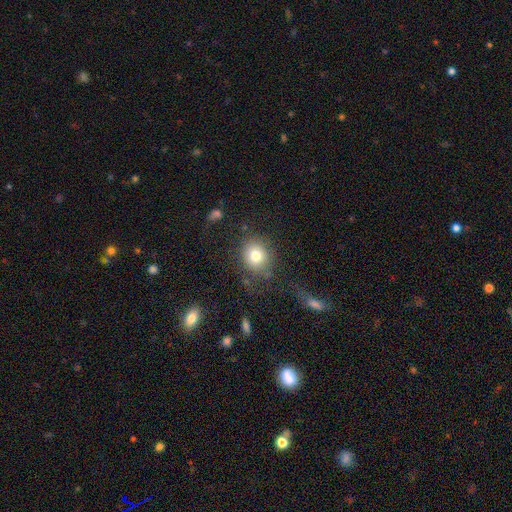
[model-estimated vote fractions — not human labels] smooth_or_featured: smooth (p=0.79) [alt: star or artifact p=0.11]
how_rounded: round (p=0.76) [alt: in between p=0.24]
merging: none (p=0.76) [alt: minor disturbance p=0.14]